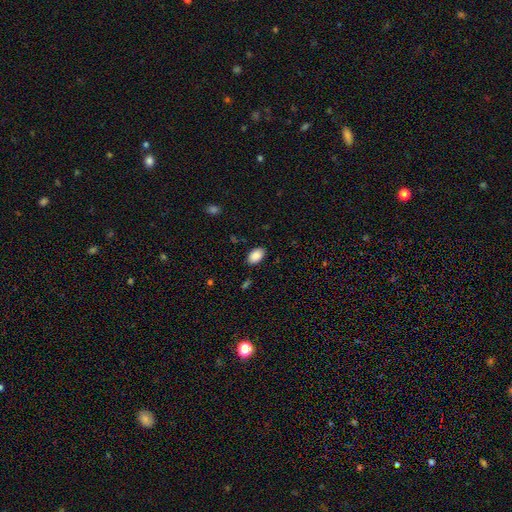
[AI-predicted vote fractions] Smooth or featured? Predicted: smooth (p=0.89). How rounded? Predicted: in between (p=0.92). Merging? Predicted: none (p=0.86).